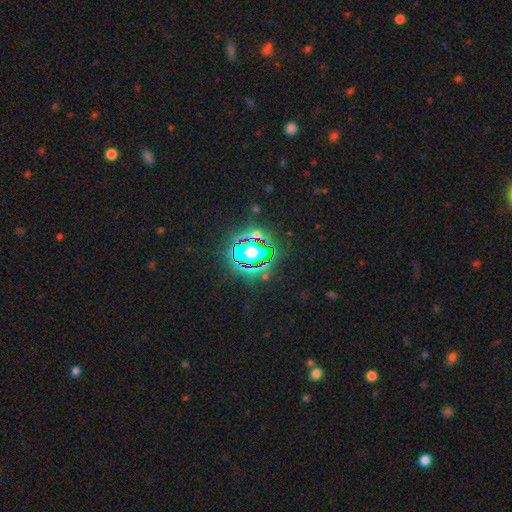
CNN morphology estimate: Smooth or featured? Predicted: star or artifact (p=0.80).